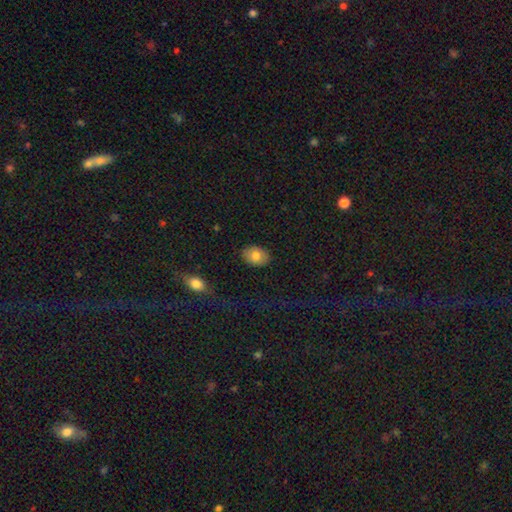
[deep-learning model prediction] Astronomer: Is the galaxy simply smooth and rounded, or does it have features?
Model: smooth — 78%.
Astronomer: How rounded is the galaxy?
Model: in between — 75%.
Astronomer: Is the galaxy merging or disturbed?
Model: none — 87%.